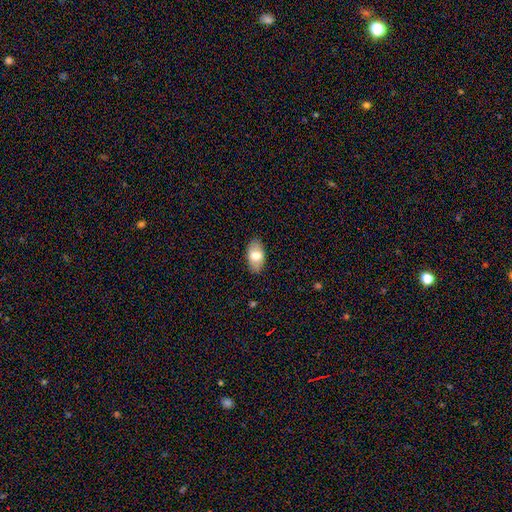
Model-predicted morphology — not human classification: Smooth or featured? smooth (71%)
How rounded? in between (93%)
Merging? none (87%)